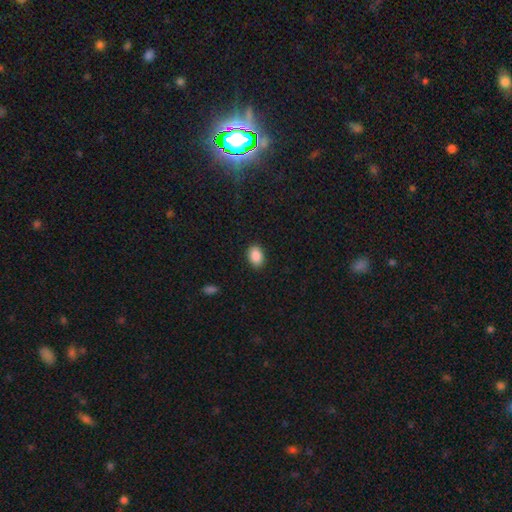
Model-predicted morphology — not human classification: smooth_or_featured: smooth (p=0.89) [alt: star or artifact p=0.08]
how_rounded: in between (p=0.82) [alt: round p=0.17]
merging: none (p=0.89) [alt: minor disturbance p=0.08]